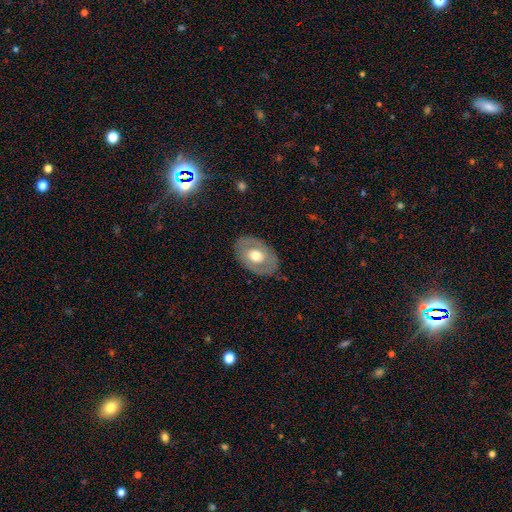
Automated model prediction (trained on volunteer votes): Overall: smooth (48%; featured or disk 46%). Merging: none (82%).